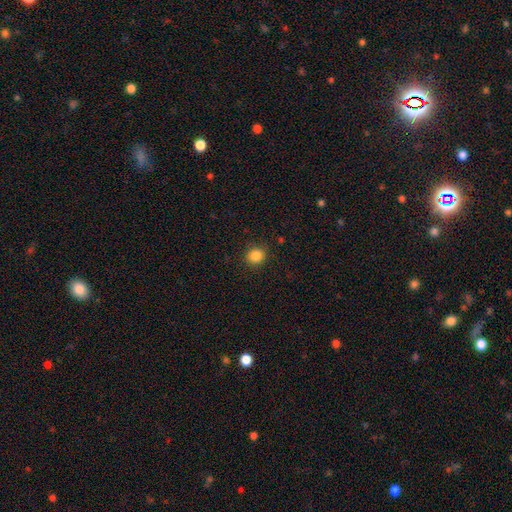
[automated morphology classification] A smooth galaxy with no disk features (85%) that is round (85%). Merging: none (89%).